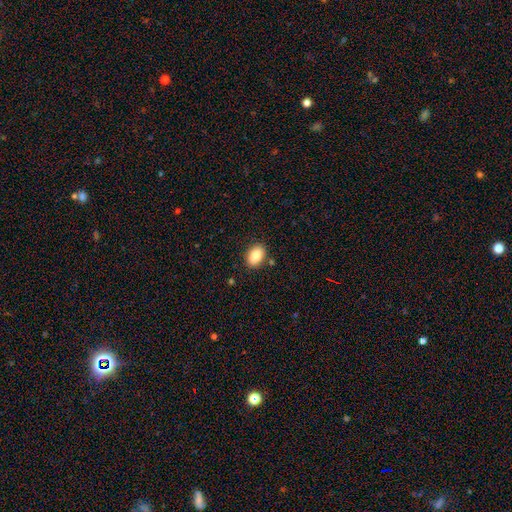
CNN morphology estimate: type=smooth (87%); roundness=in between (85%); merging=none (86%).